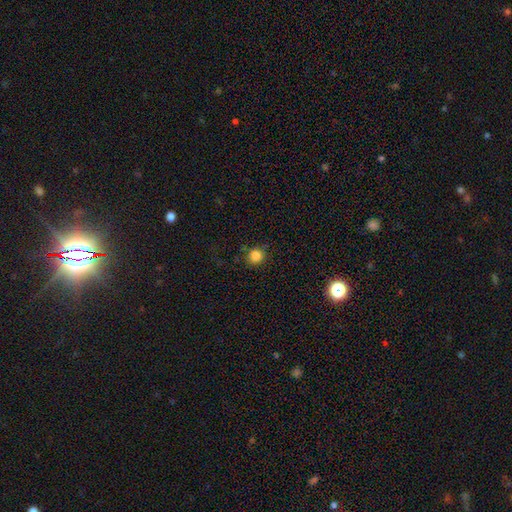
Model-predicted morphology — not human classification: This appears to be a smooth galaxy with no disk features (83%) that is round (89%). Merging: none (85%).